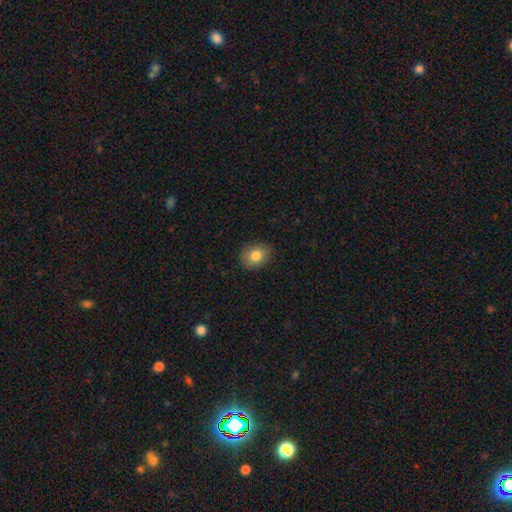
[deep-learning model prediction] Morphology: type=smooth (82%); roundness=in between (57%); merging=none (88%).